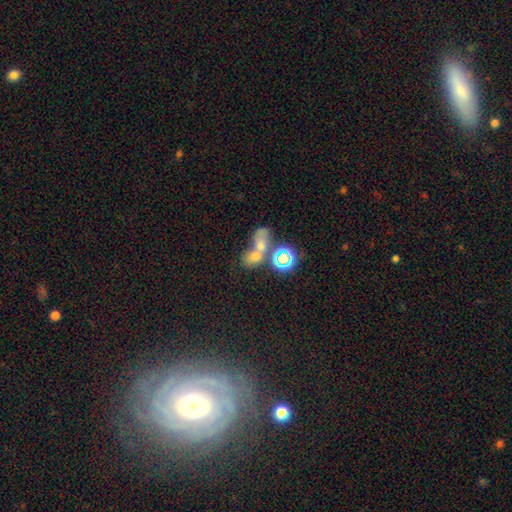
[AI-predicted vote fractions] Morphology: type=smooth (57%); roundness=in between (62%); merging=merger (63%).